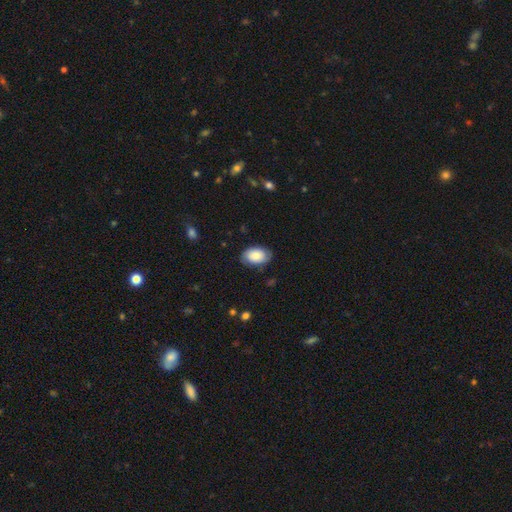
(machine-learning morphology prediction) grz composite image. It shows a smooth galaxy with no disk features (75%) that is in between round and cigar-shaped (91%). Merging: none (79%).